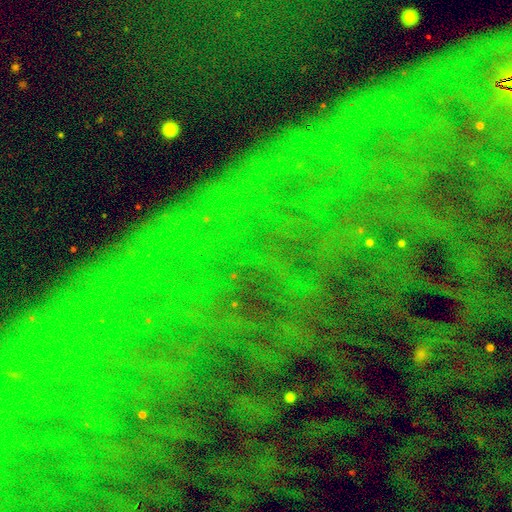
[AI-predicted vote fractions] A star or artifact, not a galaxy (84%).

Vote fractions:
- Smooth or featured? star or artifact: 84% / smooth: 9% / featured or disk: 8%